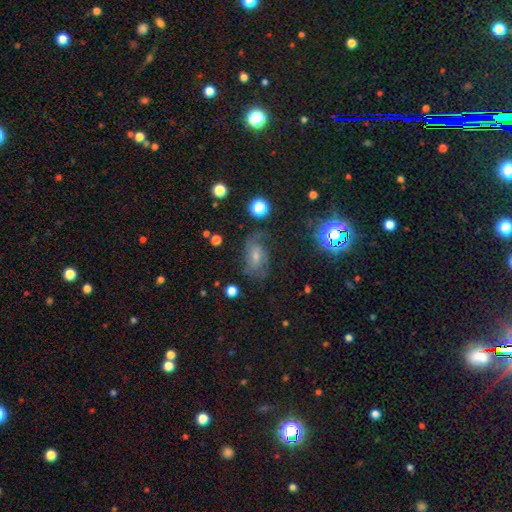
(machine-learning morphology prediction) Smooth or featured?
  - featured or disk: 55% *
  - star or artifact: 24%
  - smooth: 21%
Edge-on disk?
  - no: 95% *
  - yes: 5%
Bar?
  - no: 51% *
  - weak: 41%
  - strong: 9%
Spiral arms?
  - yes: 89% *
  - no: 11%
Bulge size?
  - small: 48% *
  - moderate: 41%
  - none: 6%
  - large: 4%
  - dominant: 1%
Merging?
  - none: 67% *
  - minor disturbance: 19%
  - major disturbance: 11%
  - merger: 2%